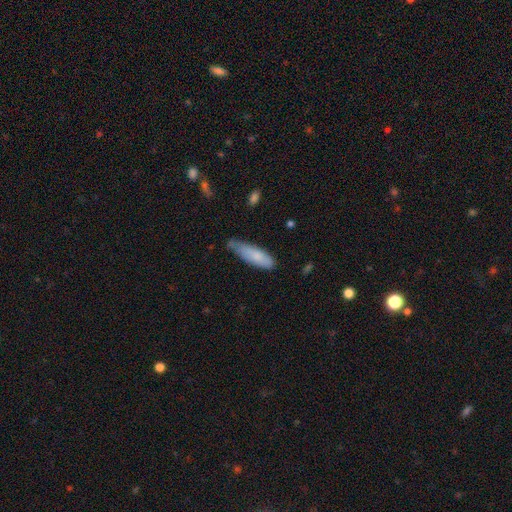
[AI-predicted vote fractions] smooth-or-featured: smooth: 78% | featured or disk: 16% | star or artifact: 6%
  how-rounded: cigar-shaped: 57% | in between: 42% | round: 1%
  merging: none: 50% | minor disturbance: 39% | major disturbance: 8% | merger: 3%